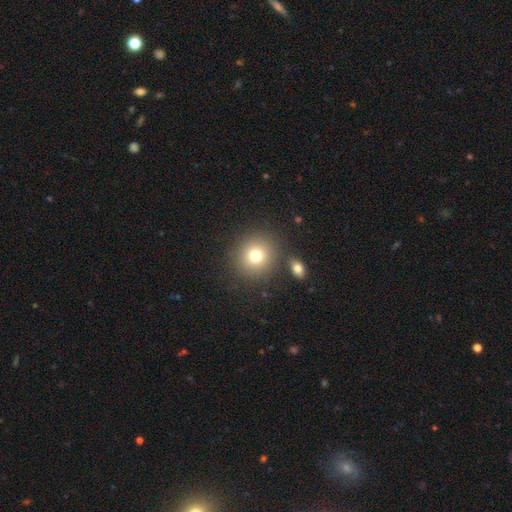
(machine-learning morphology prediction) type=smooth (76%); roundness=round (89%); merging=none (84%).